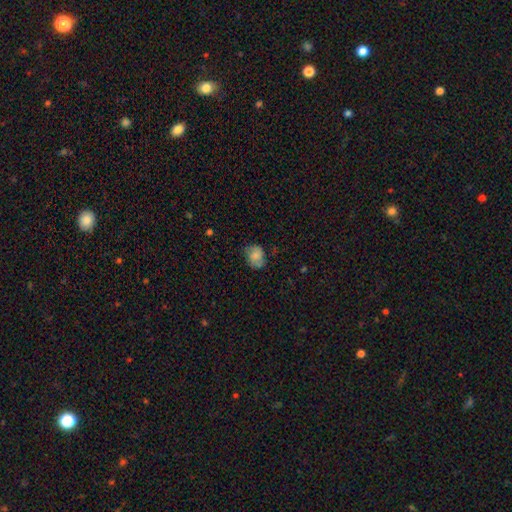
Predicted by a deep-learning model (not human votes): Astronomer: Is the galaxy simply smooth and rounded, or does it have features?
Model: smooth — 71%.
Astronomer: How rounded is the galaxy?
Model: round — 50% (runner-up: in between, 49%).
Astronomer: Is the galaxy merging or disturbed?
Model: none — 64%.